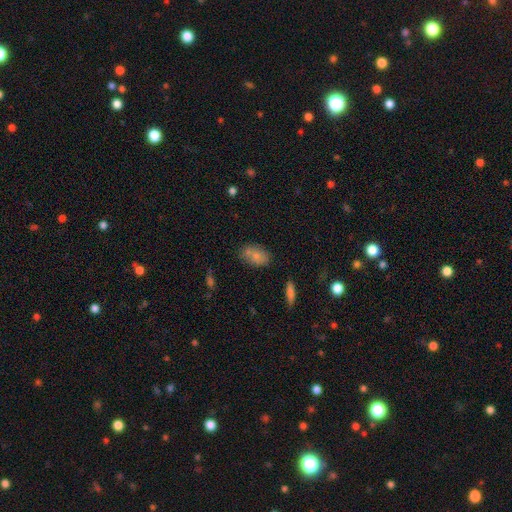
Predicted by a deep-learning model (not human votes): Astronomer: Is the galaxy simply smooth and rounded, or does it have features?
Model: smooth — 75%.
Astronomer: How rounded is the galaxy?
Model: in between — 88%.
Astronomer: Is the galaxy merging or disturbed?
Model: none — 61%.